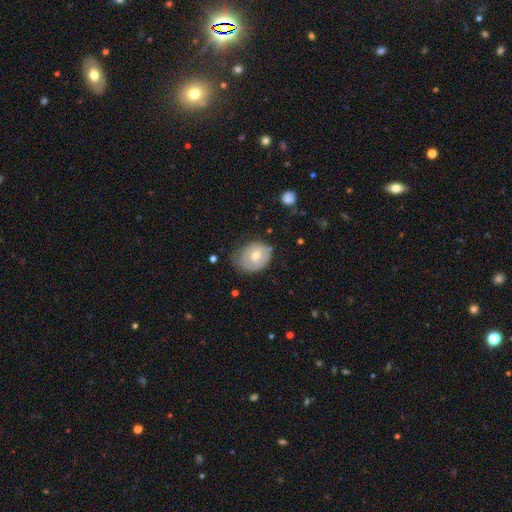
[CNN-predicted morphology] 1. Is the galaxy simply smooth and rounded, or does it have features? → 56% smooth, 37% featured or disk, 7% star or artifact.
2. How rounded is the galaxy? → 57% in between, 42% round, 1% cigar-shaped.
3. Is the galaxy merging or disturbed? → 53% none, 34% minor disturbance, 11% major disturbance, 2% merger.